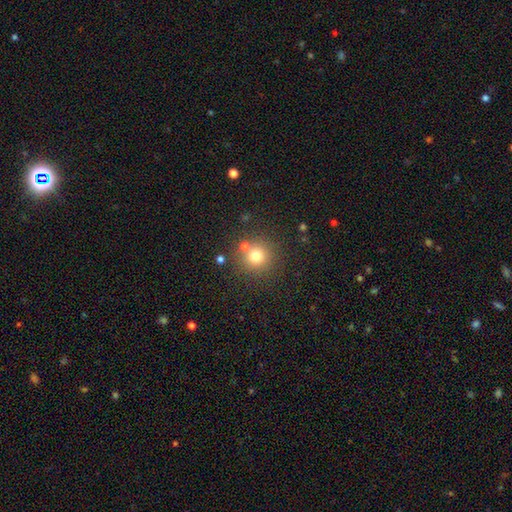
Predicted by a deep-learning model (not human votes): This appears to be a smooth galaxy with no disk features (75%) that is round (94%). Merging: none (78%).